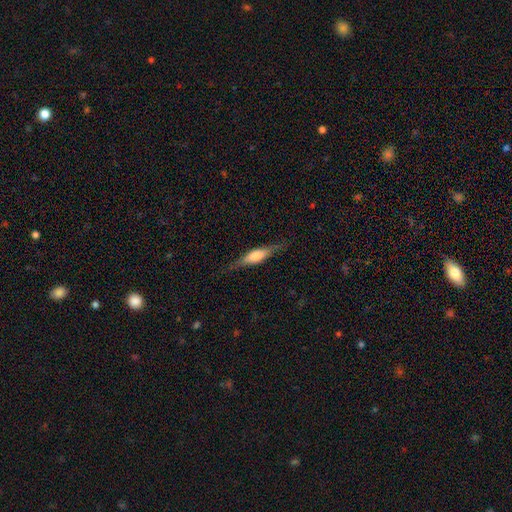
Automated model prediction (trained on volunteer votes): A featured or disk galaxy (52%) viewed edge-on (93%). Merging: none (82%).